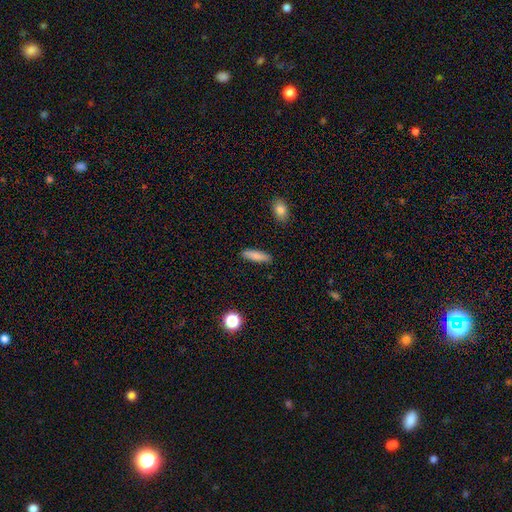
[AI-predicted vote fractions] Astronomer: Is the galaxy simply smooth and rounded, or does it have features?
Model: smooth — 83%.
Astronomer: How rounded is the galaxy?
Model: cigar-shaped — 67%.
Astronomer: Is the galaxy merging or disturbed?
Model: none — 89%.